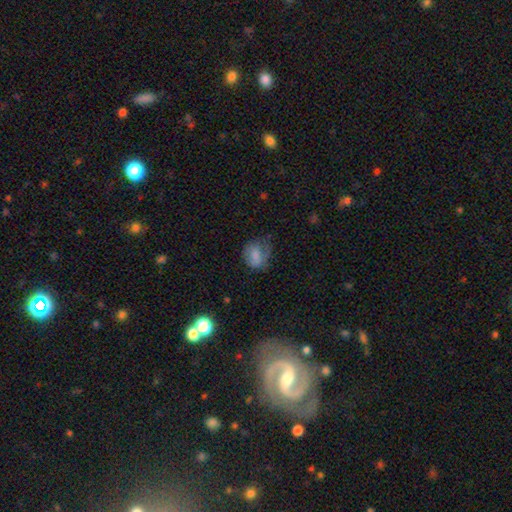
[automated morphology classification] The model was most divided on "how rounded": in between: 51%, round: 48%, cigar-shaped: 1%. Remaining: smooth or featured — smooth (73%); merging — none (41%).